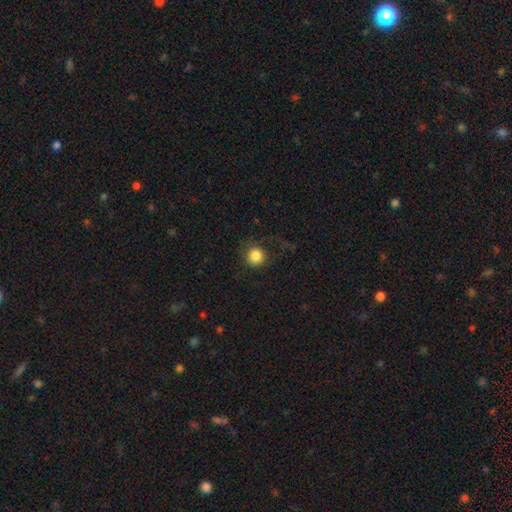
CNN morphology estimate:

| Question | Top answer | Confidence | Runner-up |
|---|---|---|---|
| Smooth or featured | smooth | 85% | star or artifact (11%) |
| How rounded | round | 93% | in between (6%) |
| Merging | none | 81% | minor disturbance (12%) |